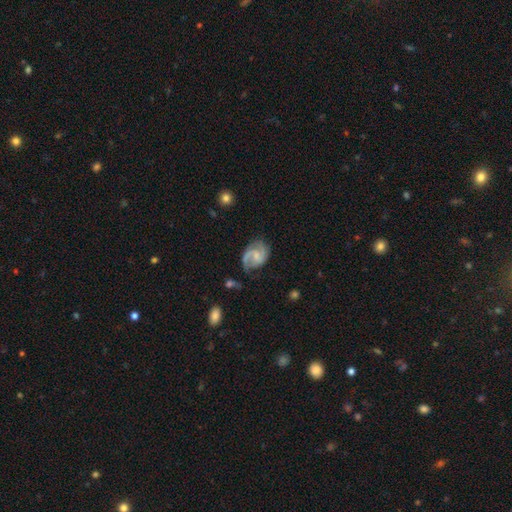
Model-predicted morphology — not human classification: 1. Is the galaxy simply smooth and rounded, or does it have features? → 80% featured or disk, 14% smooth, 6% star or artifact.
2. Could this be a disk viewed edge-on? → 98% no, 2% yes.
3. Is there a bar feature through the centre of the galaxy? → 52% weak, 36% no, 12% strong.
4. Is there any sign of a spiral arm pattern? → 95% yes, 5% no.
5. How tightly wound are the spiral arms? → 52% medium, 25% loose, 23% tight.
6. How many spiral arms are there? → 83% 2, 6% can't tell, 6% 1, 3% 3, 1% 4, 1% more than 4.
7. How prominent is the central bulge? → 47% small, 27% moderate, 23% none, 2% large, 1% dominant.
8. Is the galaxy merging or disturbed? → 62% none, 23% minor disturbance, 12% major disturbance, 3% merger.